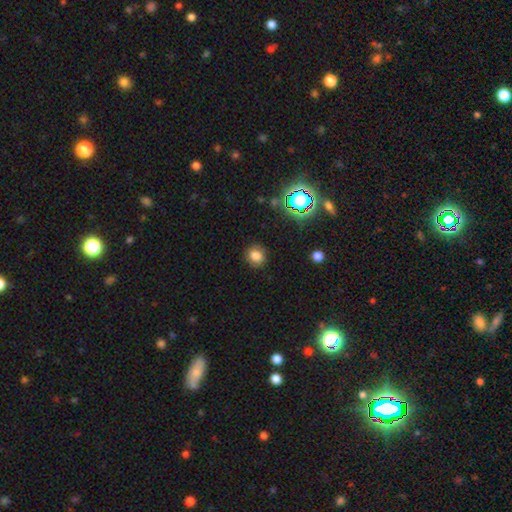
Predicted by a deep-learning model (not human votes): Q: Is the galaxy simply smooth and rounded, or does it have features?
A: smooth — 77%.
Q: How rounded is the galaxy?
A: round — 72%.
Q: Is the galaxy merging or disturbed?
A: none — 86%.